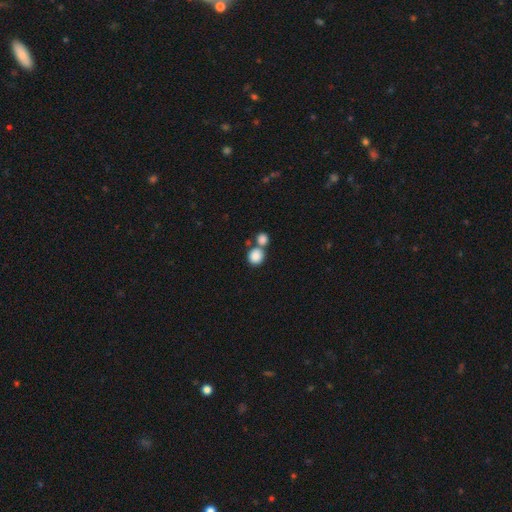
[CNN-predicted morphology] type=smooth (85%); roundness=round (85%); merging=none (48%).